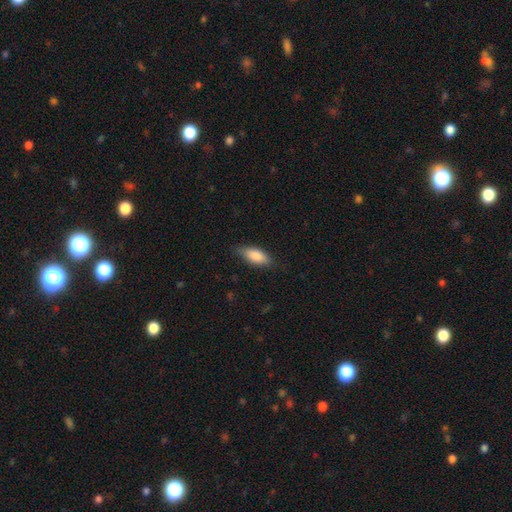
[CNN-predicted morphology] Smooth or featured?
  - smooth: 85% *
  - featured or disk: 9%
  - star or artifact: 6%
How rounded?
  - in between: 81% *
  - cigar-shaped: 17%
  - round: 2%
Merging?
  - none: 77% *
  - minor disturbance: 19%
  - major disturbance: 4%
  - merger: 1%